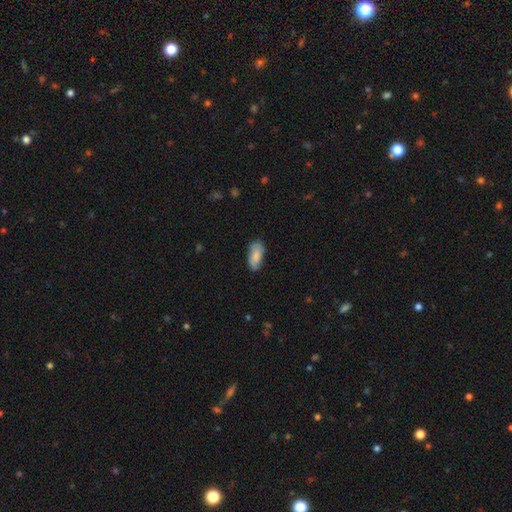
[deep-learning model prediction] Smooth or featured? Predicted: smooth (p=0.83). How rounded? Predicted: in between (p=0.89). Merging? Predicted: none (p=0.74).